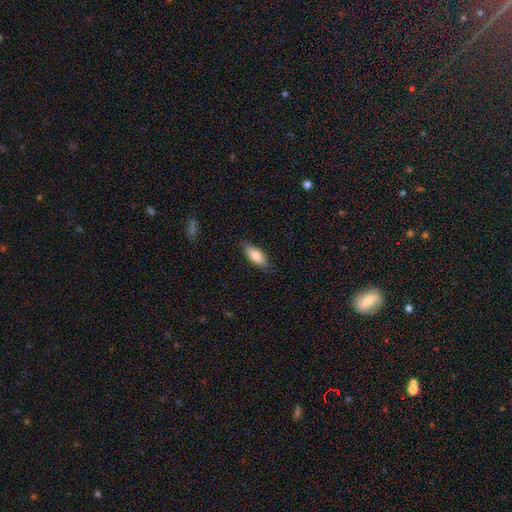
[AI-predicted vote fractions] Smooth or featured: smooth — 81% (featured or disk — 13%)
How rounded: in between — 78% (cigar-shaped — 20%)
Merging: none — 81% (minor disturbance — 15%)